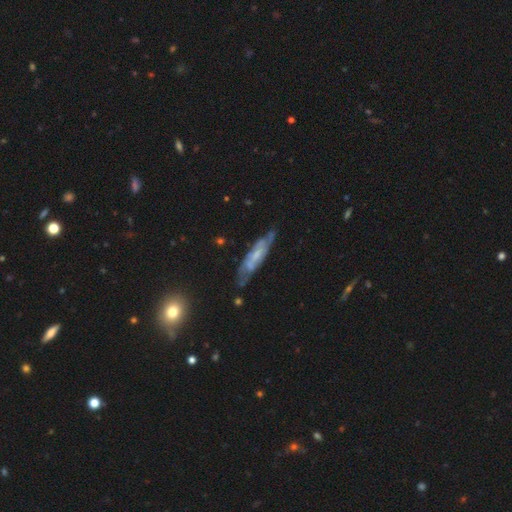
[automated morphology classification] Overall: featured or disk (69%). Edge-on disk: no (65%; yes 35%). Merging: none (67%).